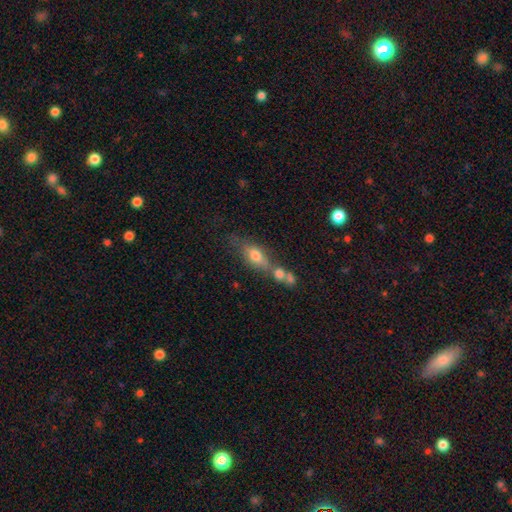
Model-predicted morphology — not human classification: smooth-or-featured: smooth: 58% | featured or disk: 31% | star or artifact: 11%
  how-rounded: in between: 59% | cigar-shaped: 30% | round: 11%
  merging: merger: 44% | none: 35% | minor disturbance: 12% | major disturbance: 8%